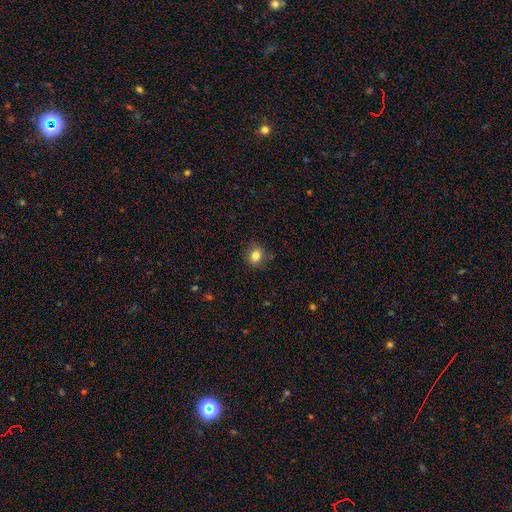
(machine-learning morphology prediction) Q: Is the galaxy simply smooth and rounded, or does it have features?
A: smooth — 84%.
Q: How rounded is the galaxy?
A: round — 75%.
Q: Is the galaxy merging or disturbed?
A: none — 84%.